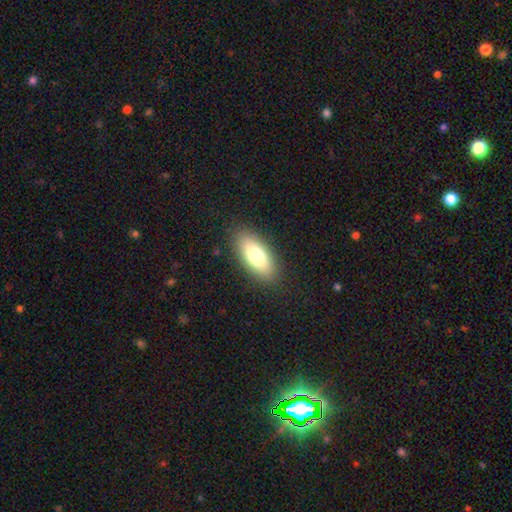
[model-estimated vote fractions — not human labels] Smooth or featured? Predicted: smooth (p=0.78). How rounded? Predicted: in between (p=0.83). Merging? Predicted: none (p=0.87).